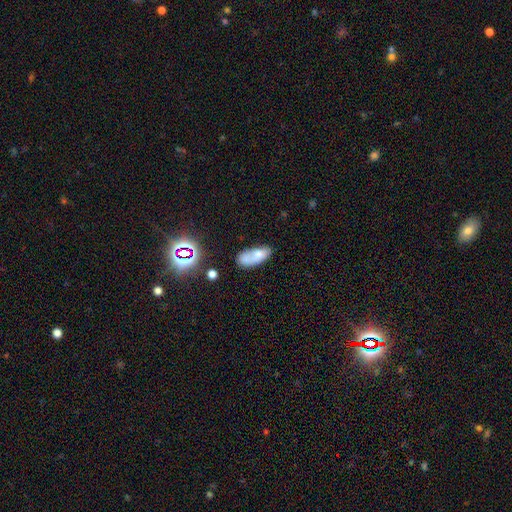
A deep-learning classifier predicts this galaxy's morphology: Smooth or featured? Predicted: smooth (p=0.67). How rounded? Predicted: in between (p=0.85). Merging? Predicted: none (p=0.37).